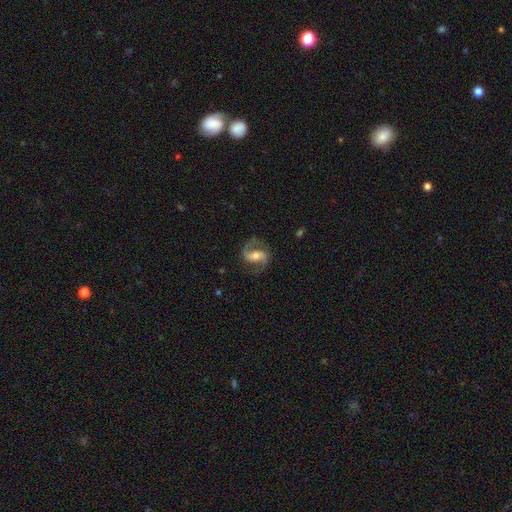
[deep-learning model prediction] featured or disk 88%, smooth 7%, star or artifact 5%. Down the decision tree: edge-on disk — no (97%); bar — weak (40%); spiral arms — yes (97%); spiral arm count — 2 (92%); spiral winding — medium (54%); bulge size — moderate (62%); merging — none (78%).